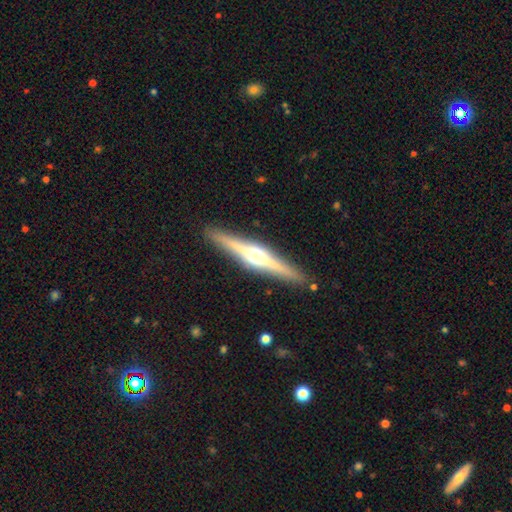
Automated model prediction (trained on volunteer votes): Smooth or featured? Predicted: featured or disk (p=0.76). Edge-on disk? Predicted: yes (p=0.98). Edge-on bulge? Predicted: rounded (p=0.94). Merging? Predicted: none (p=0.90).